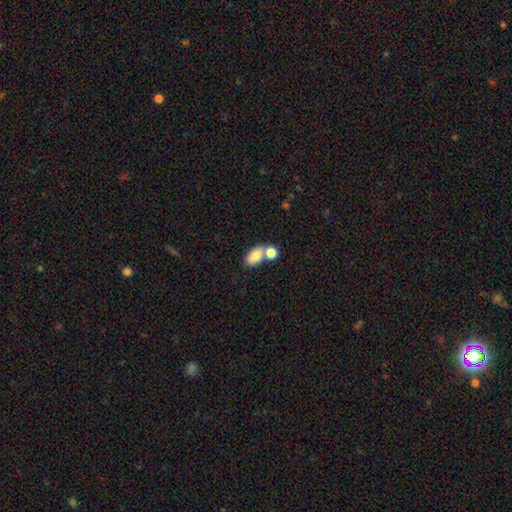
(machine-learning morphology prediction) smooth_or_featured: smooth (p=0.81) [alt: featured or disk p=0.11]
how_rounded: in between (p=0.87) [alt: round p=0.11]
merging: none (p=0.46) [alt: merger p=0.40]